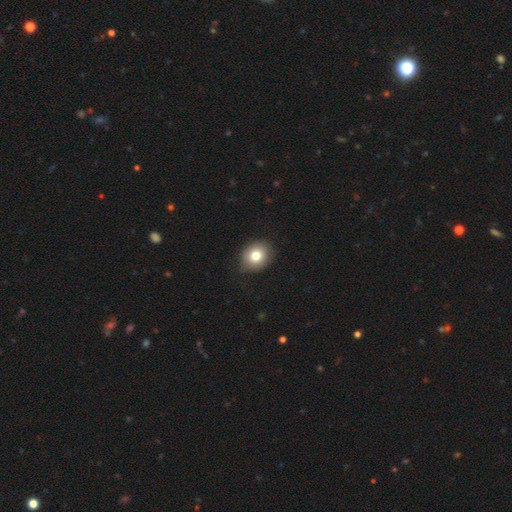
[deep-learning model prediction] smooth-or-featured: smooth: 78% | featured or disk: 13% | star or artifact: 9%
  how-rounded: round: 56% | in between: 43% | cigar-shaped: 1%
  merging: none: 81% | minor disturbance: 15% | major disturbance: 3% | merger: 1%